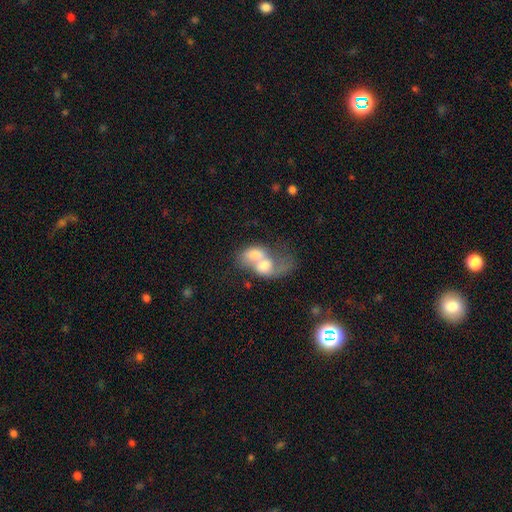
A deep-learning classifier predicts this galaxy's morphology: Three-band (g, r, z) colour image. It shows a smooth galaxy with no disk features (50%) that is in between round and cigar-shaped (62%). Merging: merger (81%).